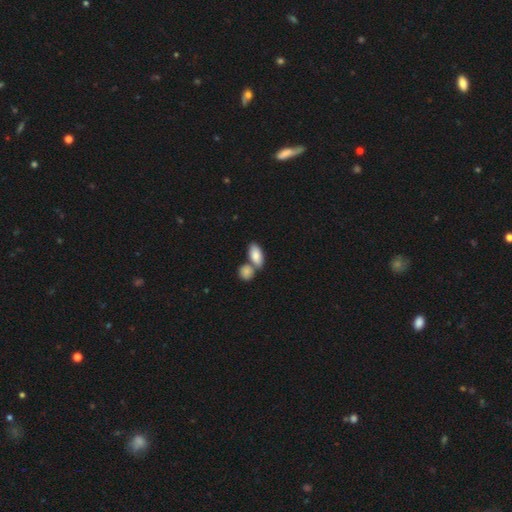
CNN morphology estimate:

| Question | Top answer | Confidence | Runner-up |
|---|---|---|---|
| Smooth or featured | smooth | 84% | featured or disk (10%) |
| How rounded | in between | 89% | cigar-shaped (6%) |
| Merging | none | 44% | merger (42%) |